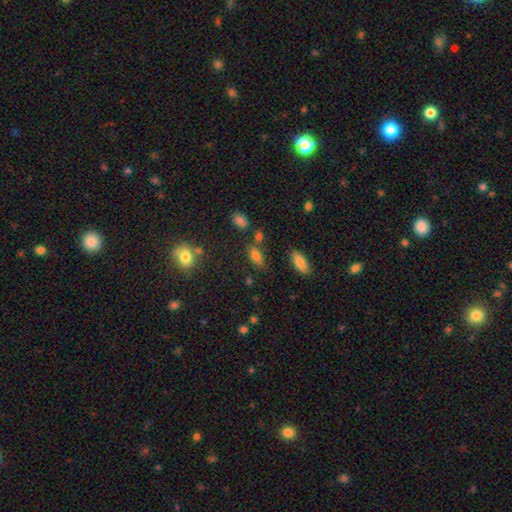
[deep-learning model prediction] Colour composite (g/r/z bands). It shows a smooth galaxy with no disk features (74%) that is in between round and cigar-shaped (83%). Merging: none (69%).